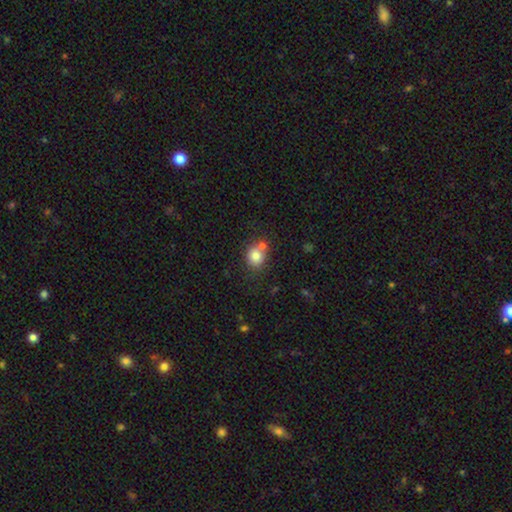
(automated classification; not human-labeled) This is clearly a smooth galaxy (80%). How rounded: likely round (75%). Merging: possibly none (59%).